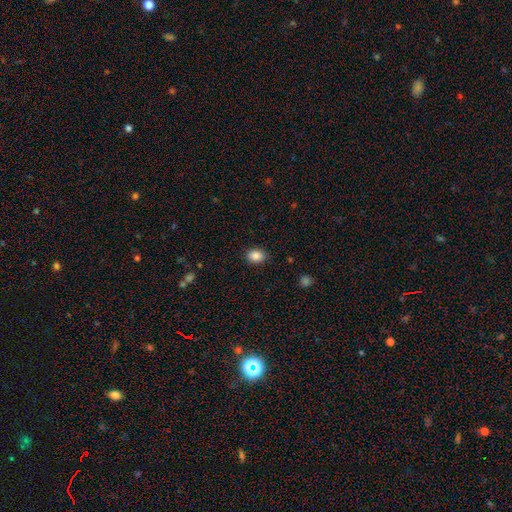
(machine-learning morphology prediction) type=smooth (87%); roundness=in between (68%); merging=none (87%).